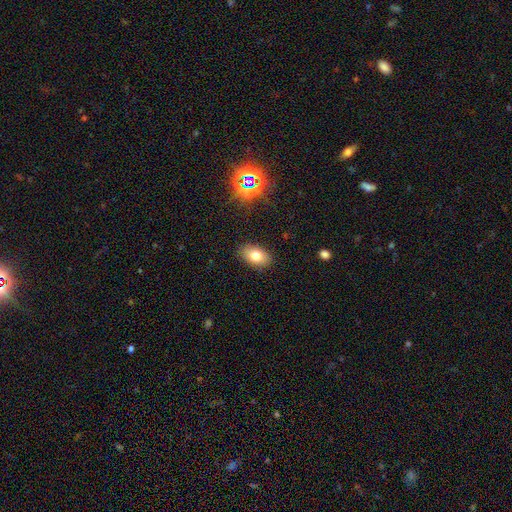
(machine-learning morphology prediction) Smooth or featured? smooth (76%)
How rounded? in between (89%)
Merging? none (87%)